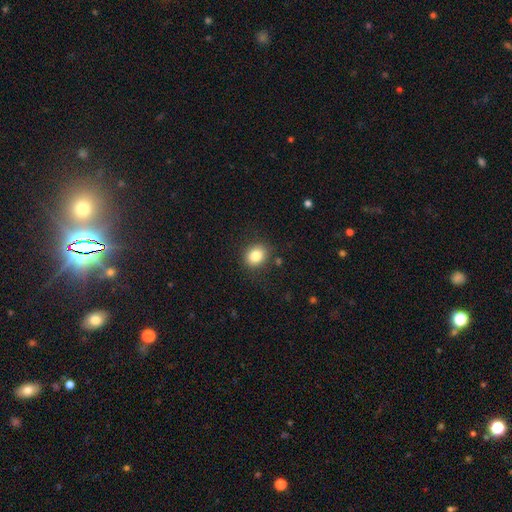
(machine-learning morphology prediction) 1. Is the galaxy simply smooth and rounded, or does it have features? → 83% smooth, 10% star or artifact, 7% featured or disk.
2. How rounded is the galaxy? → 65% round, 35% in between, 1% cigar-shaped.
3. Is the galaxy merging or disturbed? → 85% none, 10% minor disturbance, 3% major disturbance, 2% merger.